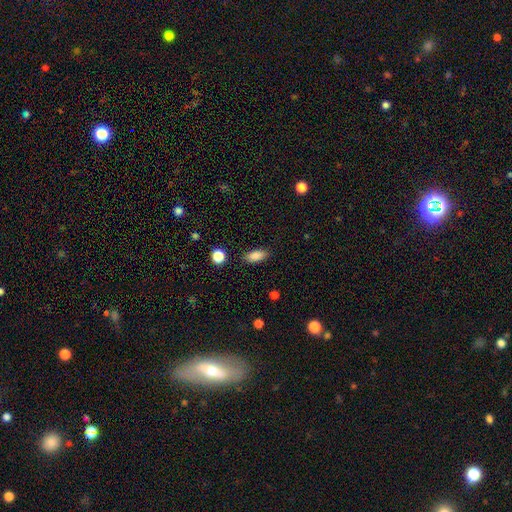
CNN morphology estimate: Smooth or featured?
  - smooth: 86% *
  - star or artifact: 8%
  - featured or disk: 6%
How rounded?
  - in between: 82% *
  - cigar-shaped: 15%
  - round: 4%
Merging?
  - none: 87% *
  - minor disturbance: 9%
  - major disturbance: 2%
  - merger: 1%